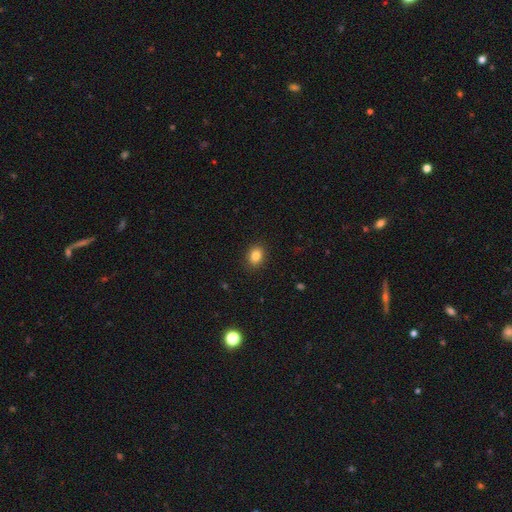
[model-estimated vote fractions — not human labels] Smooth or featured? smooth (84%)
How rounded? in between (59%)
Merging? none (90%)